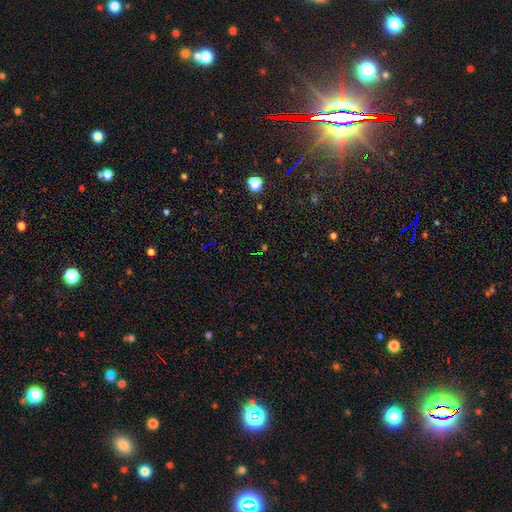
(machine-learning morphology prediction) Smooth or featured? star or artifact (69%)